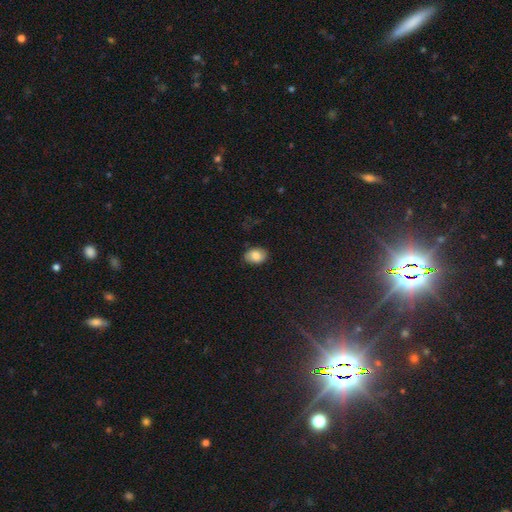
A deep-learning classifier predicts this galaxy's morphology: Smooth or featured: smooth — 82% (featured or disk — 10%)
How rounded: in between — 81% (round — 17%)
Merging: none — 81% (minor disturbance — 15%)